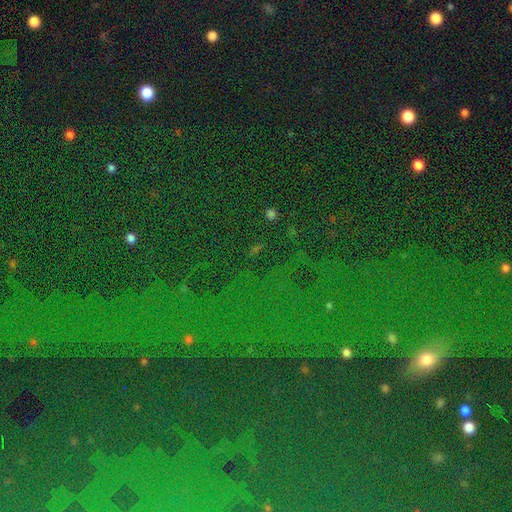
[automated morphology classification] This is clearly a star or artifact rather than a galaxy (82%).